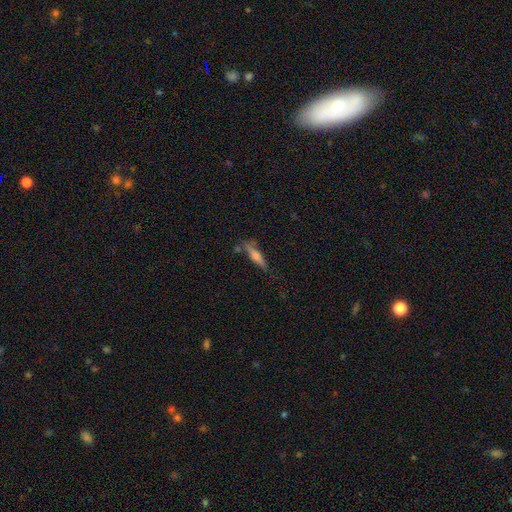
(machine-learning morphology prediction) smooth 48%, featured or disk 44%, star or artifact 8%. Down the decision tree: merging — none (68%).